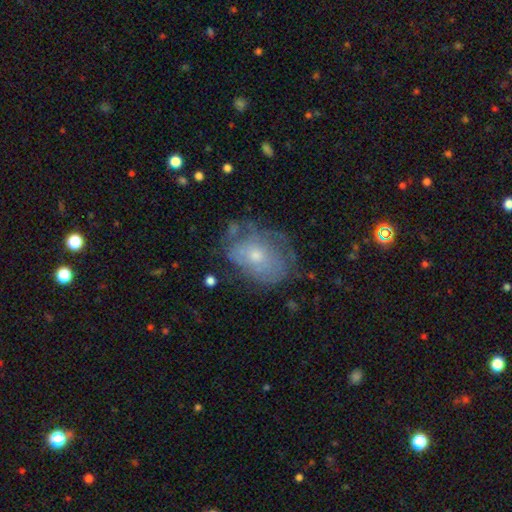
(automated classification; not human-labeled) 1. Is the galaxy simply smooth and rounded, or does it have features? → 48% featured or disk, 43% smooth, 9% star or artifact.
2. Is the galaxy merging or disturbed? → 50% none, 28% minor disturbance, 18% major disturbance, 3% merger.